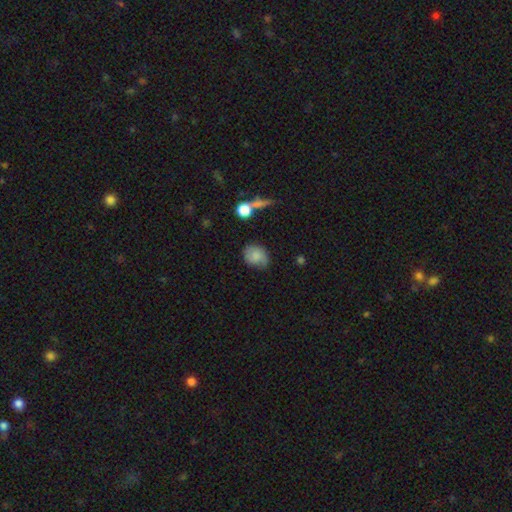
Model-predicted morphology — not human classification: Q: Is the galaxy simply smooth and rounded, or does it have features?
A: smooth — 76%.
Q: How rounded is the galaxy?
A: in between — 50%.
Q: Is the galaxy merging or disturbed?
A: none — 62%.